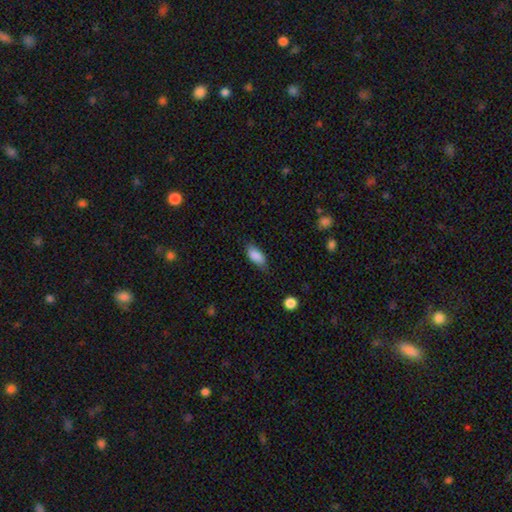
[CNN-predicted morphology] Smooth or featured?
  - smooth: 87% *
  - star or artifact: 7%
  - featured or disk: 6%
How rounded?
  - in between: 87% *
  - cigar-shaped: 11%
  - round: 3%
Merging?
  - none: 71% *
  - minor disturbance: 23%
  - major disturbance: 5%
  - merger: 1%